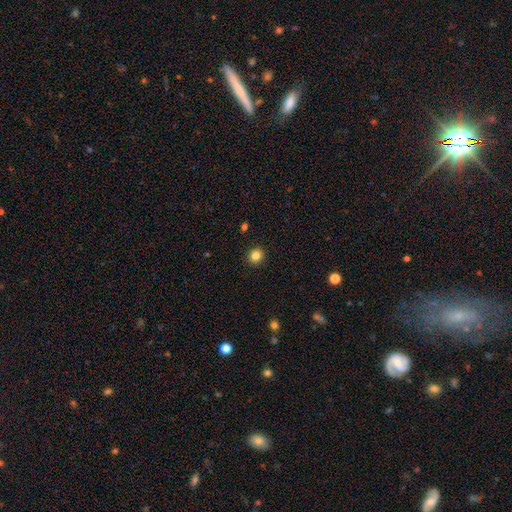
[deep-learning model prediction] Overall: smooth (84%). How rounded: round (89%). Merging: none (92%).